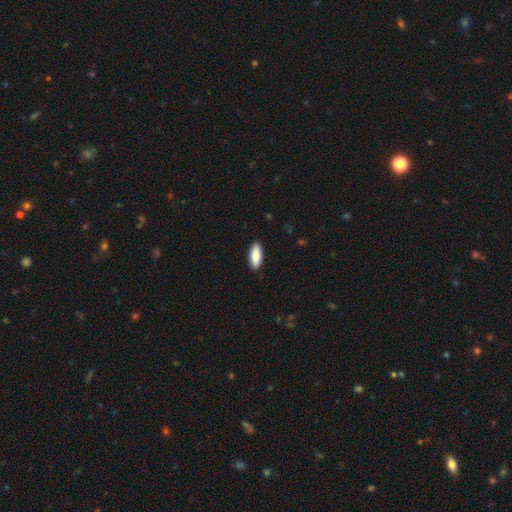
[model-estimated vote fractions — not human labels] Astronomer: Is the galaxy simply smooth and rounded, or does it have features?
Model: smooth — 87%.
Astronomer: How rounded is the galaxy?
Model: in between — 77%.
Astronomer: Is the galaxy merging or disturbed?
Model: none — 90%.